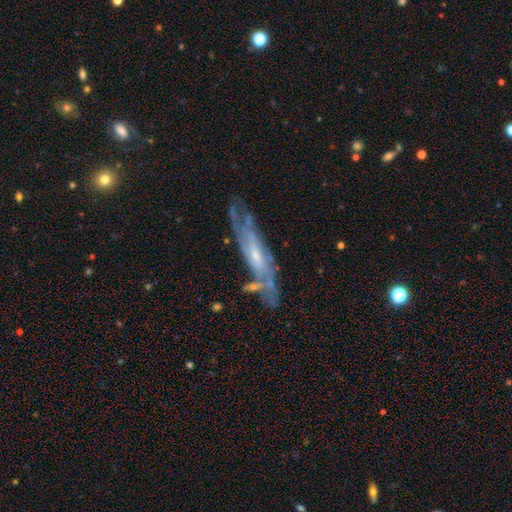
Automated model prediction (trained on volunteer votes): This appears to be a featured or disk galaxy (78%). Merging: none (66%).